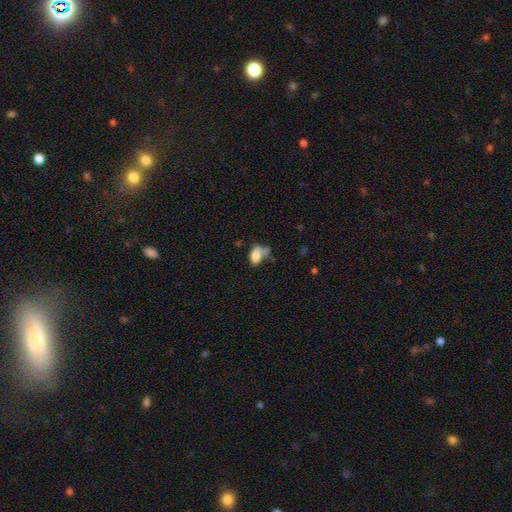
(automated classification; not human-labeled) Overall: smooth (75%). How rounded: in between (86%). Merging: none (31%; merger 29%).